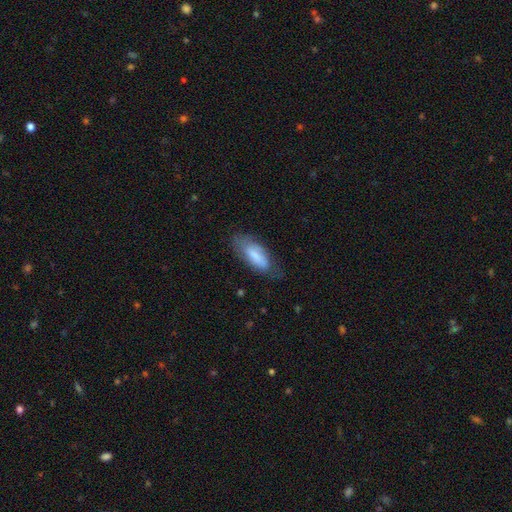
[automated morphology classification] Smooth or featured: smooth — 73% (featured or disk — 20%)
How rounded: in between — 75% (cigar-shaped — 23%)
Merging: none — 61% (minor disturbance — 27%)